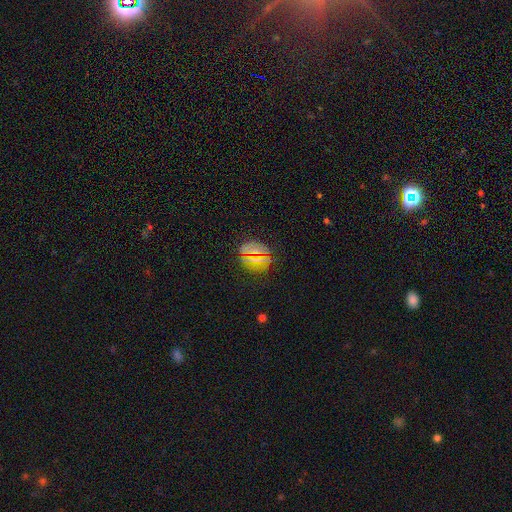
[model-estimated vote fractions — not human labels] Smooth or featured: smooth — 47% (star or artifact — 35%)
Merging: none — 81% (minor disturbance — 11%)